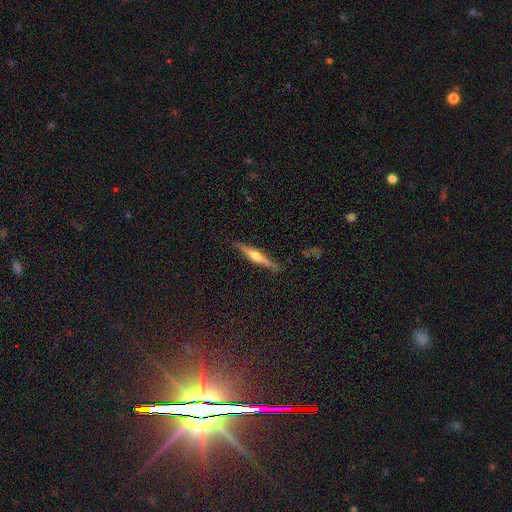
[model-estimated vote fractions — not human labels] Smooth or featured?
  - featured or disk: 71% *
  - smooth: 22%
  - star or artifact: 7%
Edge-on disk?
  - yes: 97% *
  - no: 3%
Edge-on bulge?
  - rounded: 88% *
  - none: 6%
  - boxy: 6%
Merging?
  - none: 88% *
  - minor disturbance: 9%
  - major disturbance: 2%
  - merger: 1%